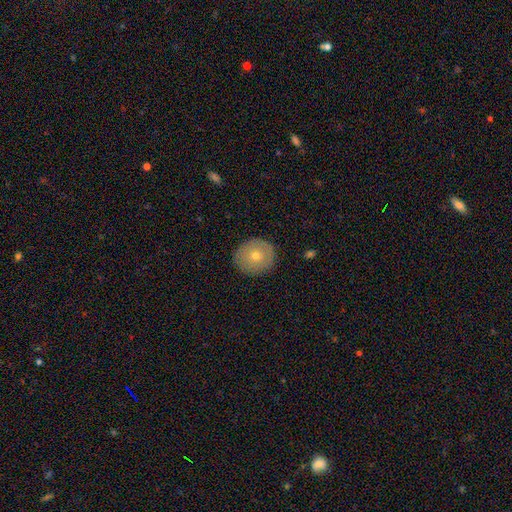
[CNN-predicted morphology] smooth_or_featured: smooth (p=0.61) [alt: featured or disk p=0.31]
how_rounded: round (p=0.85) [alt: in between p=0.14]
merging: none (p=0.87) [alt: minor disturbance p=0.09]